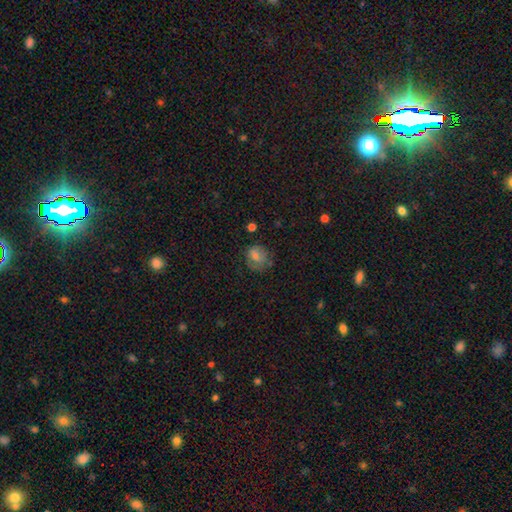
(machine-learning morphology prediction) A smooth galaxy with no disk features (63%) that is round (73%). Merging: none (69%).